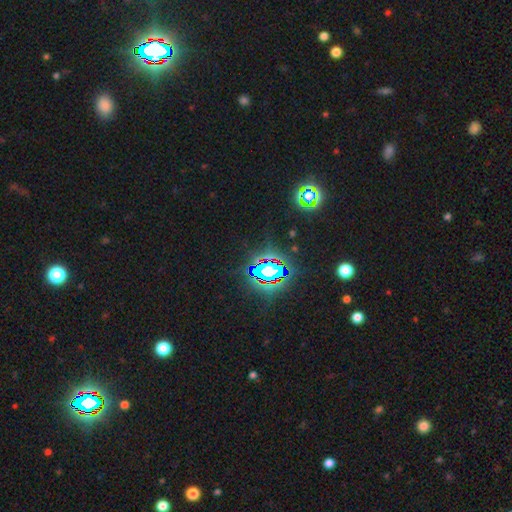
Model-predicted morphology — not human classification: The model was most divided on "smooth or featured": star or artifact: 83%, smooth: 10%, featured or disk: 7%.